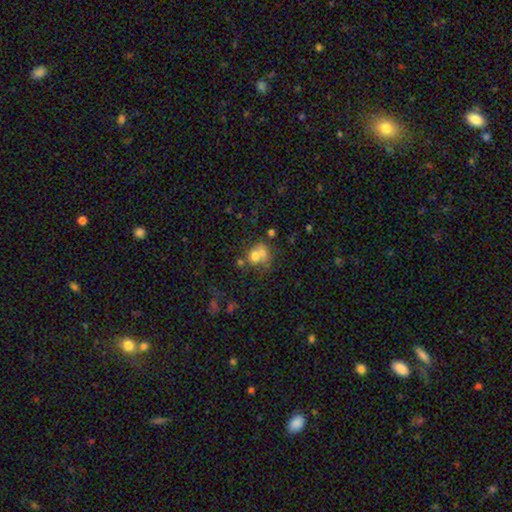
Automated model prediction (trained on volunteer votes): A smooth galaxy with no disk features (65%) that is round (70%).

Vote fractions:
- Smooth or featured? smooth: 65% / featured or disk: 22% / star or artifact: 13%
- How rounded? round: 70% / in between: 29% / cigar-shaped: 1%
- Merging? merger: 59% / none: 27% / minor disturbance: 8% / major disturbance: 6%